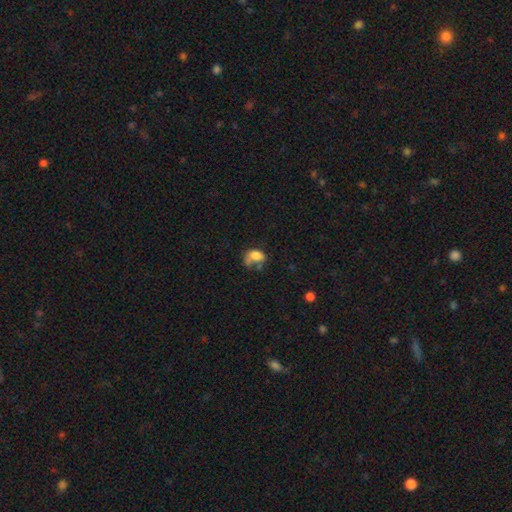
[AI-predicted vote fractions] smooth-or-featured: smooth: 75% | featured or disk: 15% | star or artifact: 10%
  how-rounded: in between: 76% | round: 22% | cigar-shaped: 1%
  merging: none: 31% | minor disturbance: 26% | major disturbance: 25% | merger: 18%